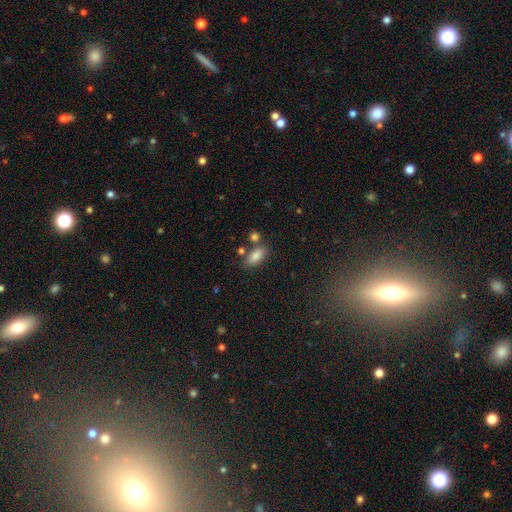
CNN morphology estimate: A smooth galaxy with no disk features (85%) that is in between round and cigar-shaped (86%).

Vote fractions:
- Smooth or featured? smooth: 85% / star or artifact: 8% / featured or disk: 7%
- How rounded? in between: 86% / cigar-shaped: 10% / round: 4%
- Merging? none: 70% / minor disturbance: 14% / merger: 12% / major disturbance: 4%